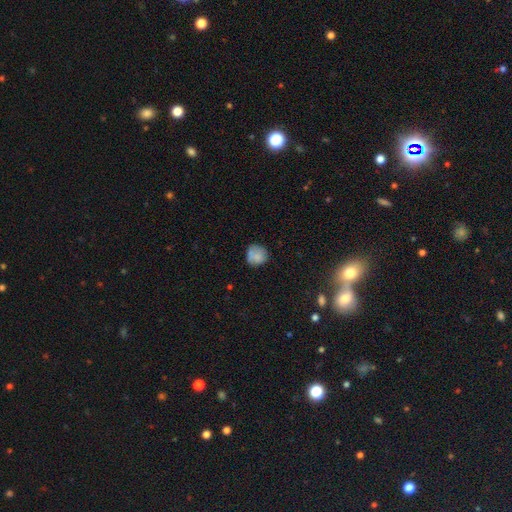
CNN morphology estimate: The model was most divided on "merging": none: 67%, minor disturbance: 22%, major disturbance: 7%, merger: 5%. More confident: how rounded — round (86%); smooth or featured — smooth (77%).